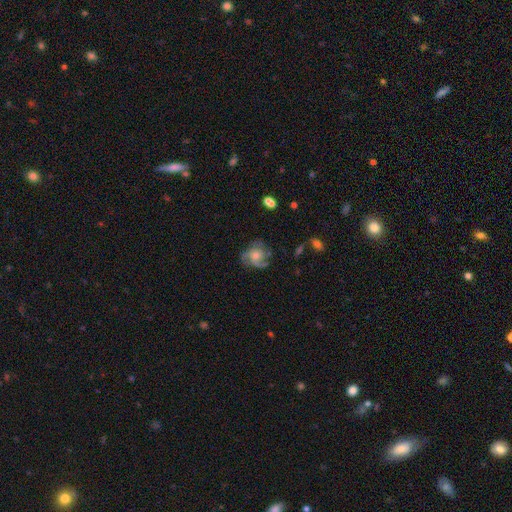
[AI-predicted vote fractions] featured or disk 71%, smooth 21%, star or artifact 8%. Down the decision tree: edge-on disk — no (98%); bar — no (75%); spiral arms — yes (90%); spiral arm count — 3 (39%); spiral winding — medium (46%); bulge size — moderate (47%); merging — none (63%).